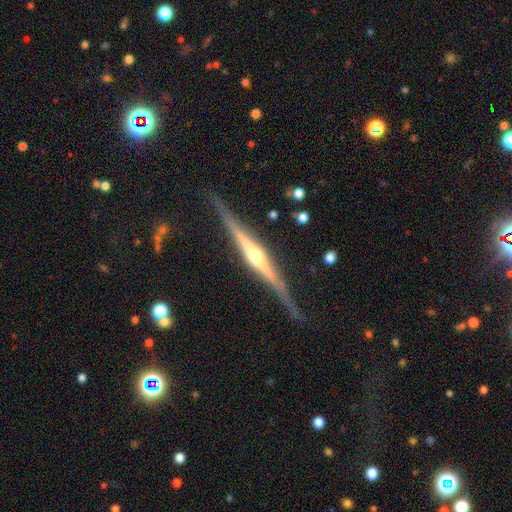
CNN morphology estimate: smooth_or_featured: featured or disk (p=0.87) [alt: smooth p=0.08]
disk_edge_on: yes (p=0.98) [alt: no p=0.02]
edge_on_bulge: rounded (p=0.89) [alt: boxy p=0.06]
merging: none (p=0.85) [alt: minor disturbance p=0.11]